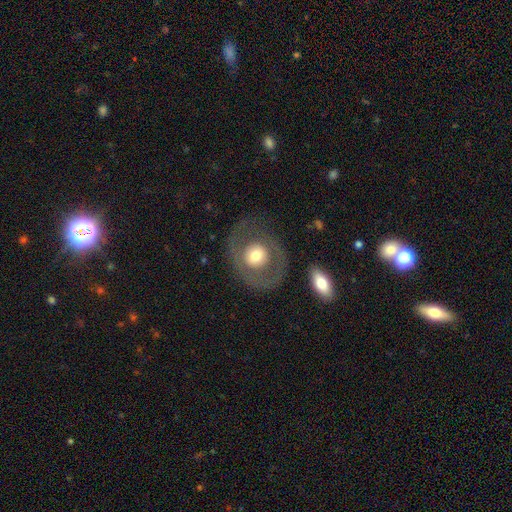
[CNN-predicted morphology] Smooth or featured? Predicted: smooth (p=0.48). Merging? Predicted: none (p=0.74).